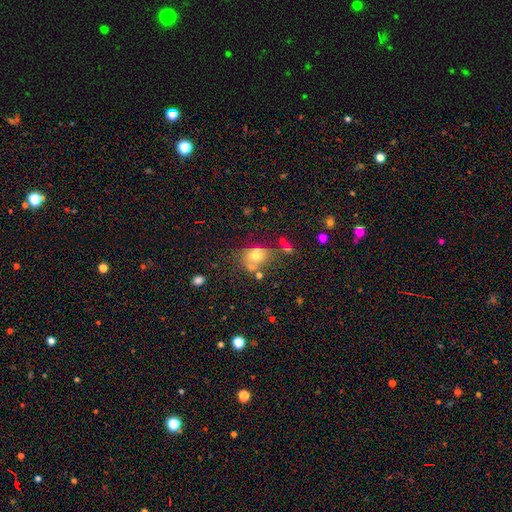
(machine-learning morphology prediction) The model was most divided on "how rounded": round: 52%, in between: 46%, cigar-shaped: 1%. Remaining: smooth or featured — smooth (67%); merging — none (46%).